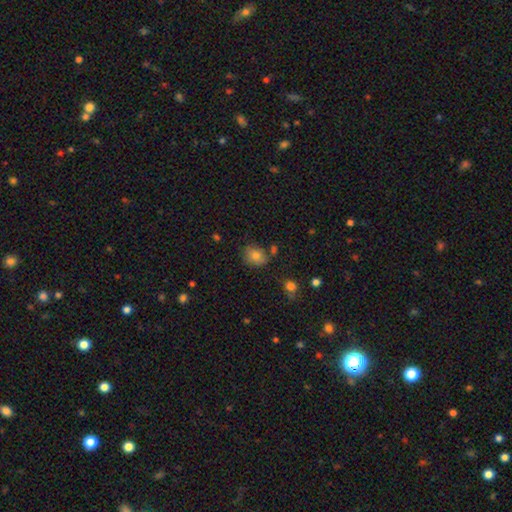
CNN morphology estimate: A smooth galaxy with no disk features (78%) that is round (56%).

Vote fractions:
- Smooth or featured? smooth: 78% / star or artifact: 12% / featured or disk: 10%
- How rounded? round: 56% / in between: 43% / cigar-shaped: 1%
- Merging? none: 71% / minor disturbance: 18% / merger: 7% / major disturbance: 4%